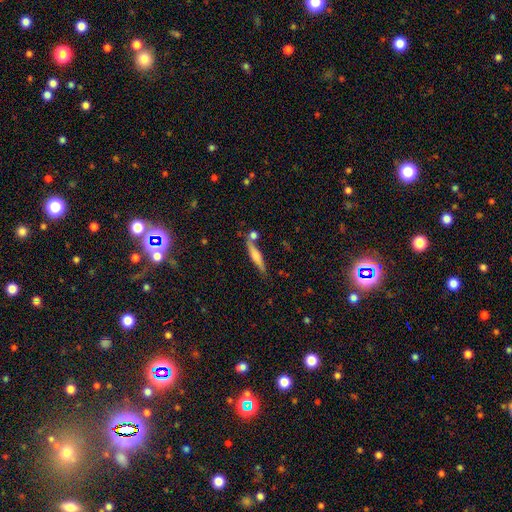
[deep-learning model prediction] This appears to be a smooth galaxy with no disk features (48%). Merging: none (65%).